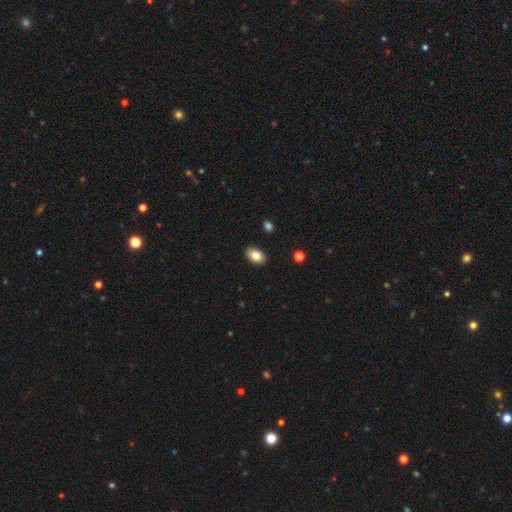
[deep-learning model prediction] The model was most divided on "how rounded": in between: 83%, round: 16%, cigar-shaped: 1%. More confident: merging — none (90%); smooth or featured — smooth (82%).